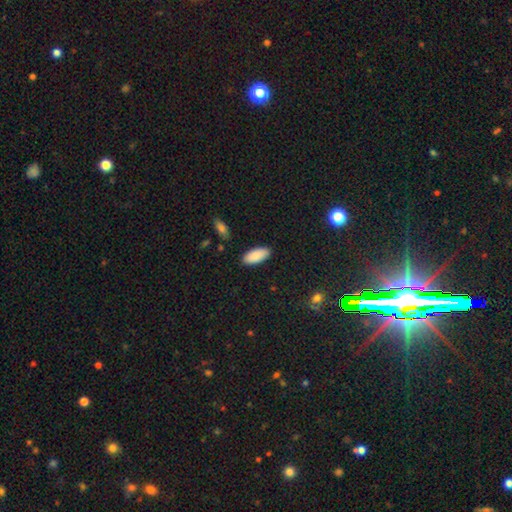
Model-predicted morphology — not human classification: This is clearly a smooth galaxy (89%). How rounded: clearly in between (89%). Merging: clearly none (89%).